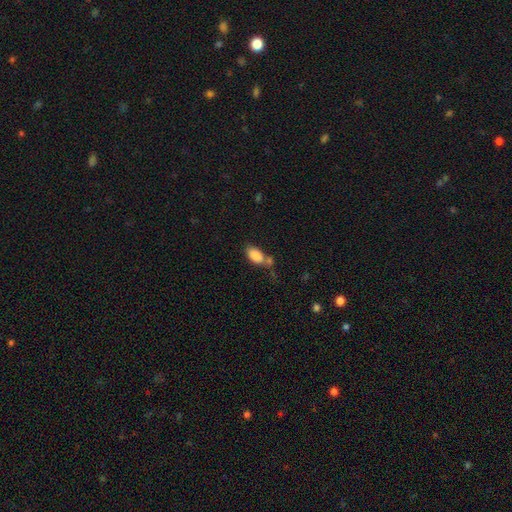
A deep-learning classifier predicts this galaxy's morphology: Smooth or featured?
  - smooth: 86% *
  - star or artifact: 8%
  - featured or disk: 7%
How rounded?
  - in between: 92% *
  - round: 5%
  - cigar-shaped: 2%
Merging?
  - none: 42% *
  - merger: 32%
  - minor disturbance: 18%
  - major disturbance: 8%